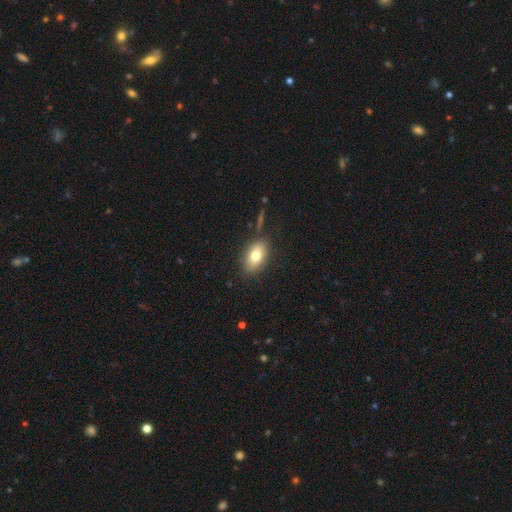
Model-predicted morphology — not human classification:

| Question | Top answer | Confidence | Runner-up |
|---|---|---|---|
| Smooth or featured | smooth | 75% | featured or disk (16%) |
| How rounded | in between | 86% | round (11%) |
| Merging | none | 82% | minor disturbance (11%) |